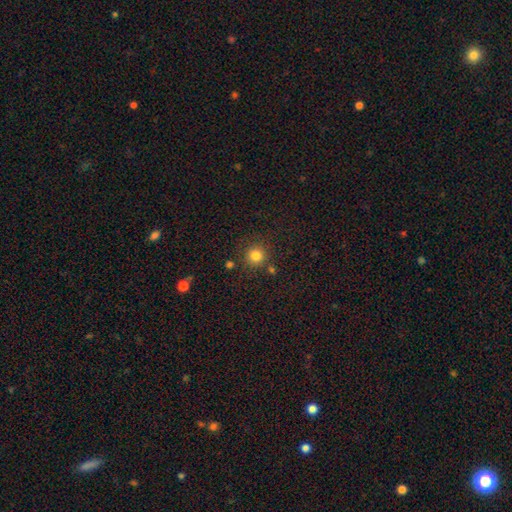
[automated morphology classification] A smooth galaxy with no disk features (81%) that is round (94%). Merging: none (83%).